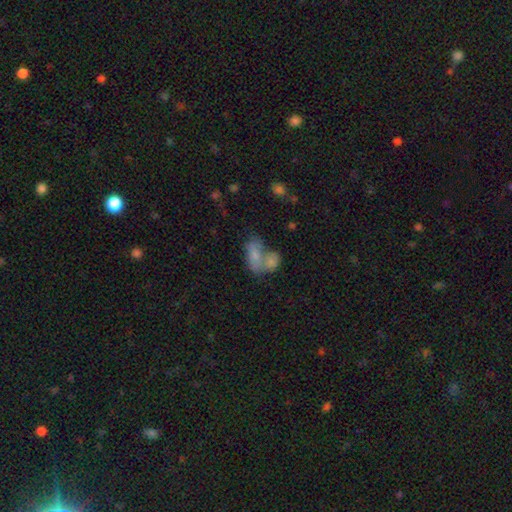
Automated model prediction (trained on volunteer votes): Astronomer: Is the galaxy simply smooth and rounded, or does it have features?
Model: smooth — 68%.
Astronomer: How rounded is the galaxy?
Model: in between — 83%.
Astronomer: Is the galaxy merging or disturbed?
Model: merger — 64%.